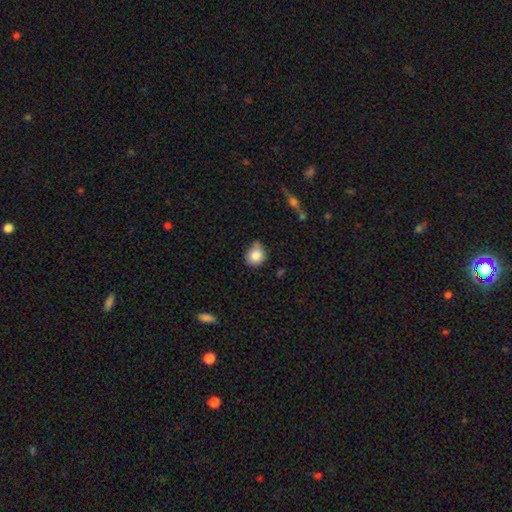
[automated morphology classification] Smooth or featured? Predicted: smooth (p=0.83). How rounded? Predicted: round (p=0.83). Merging? Predicted: none (p=0.61).